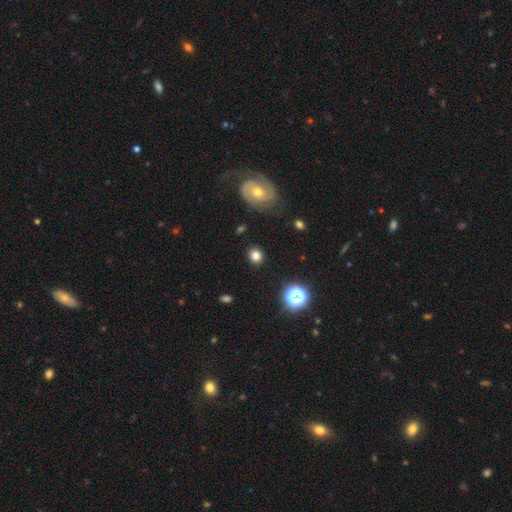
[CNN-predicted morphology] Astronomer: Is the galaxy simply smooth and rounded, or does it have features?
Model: smooth — 80%.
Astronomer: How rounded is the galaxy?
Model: round — 76%.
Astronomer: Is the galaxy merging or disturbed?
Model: none — 87%.